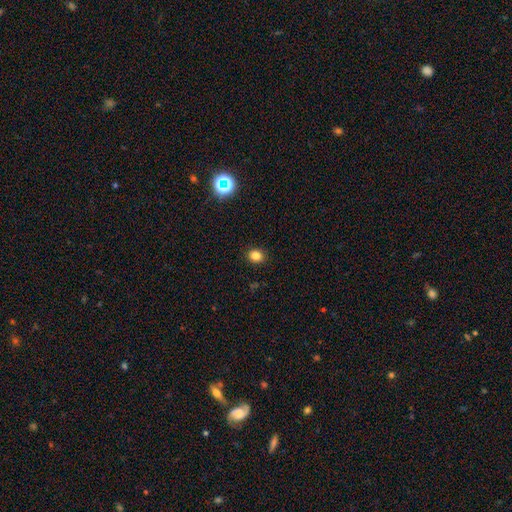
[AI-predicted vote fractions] Morphology: type=smooth (83%); roundness=round (64%); merging=none (91%).